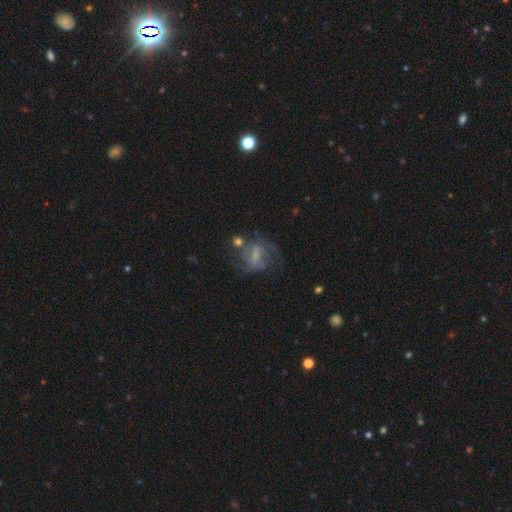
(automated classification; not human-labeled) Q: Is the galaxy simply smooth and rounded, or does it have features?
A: featured or disk — 61%.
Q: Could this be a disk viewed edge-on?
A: no — 97%.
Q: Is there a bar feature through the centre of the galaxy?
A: weak — 50%.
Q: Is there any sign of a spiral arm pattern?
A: yes — 72%.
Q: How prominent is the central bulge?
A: small — 40%.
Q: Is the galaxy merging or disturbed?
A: none — 44%.